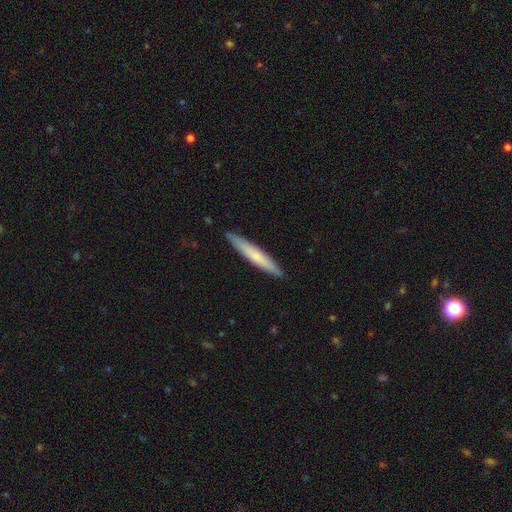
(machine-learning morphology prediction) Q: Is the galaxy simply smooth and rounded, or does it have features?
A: smooth — 64%.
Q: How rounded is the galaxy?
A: cigar-shaped — 95%.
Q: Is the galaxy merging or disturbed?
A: none — 90%.